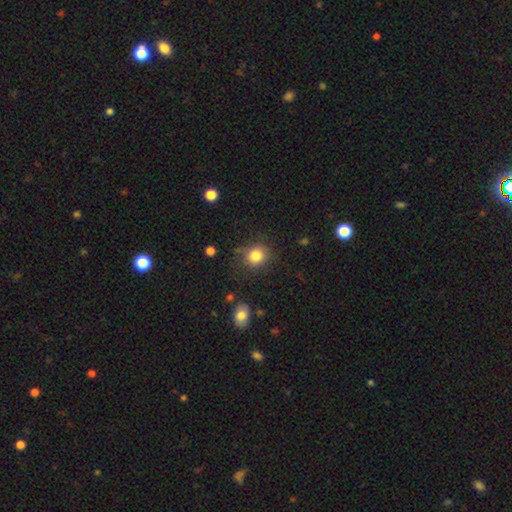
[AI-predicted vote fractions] This is clearly a smooth galaxy (83%). How rounded: likely round (79%). Merging: likely none (79%).